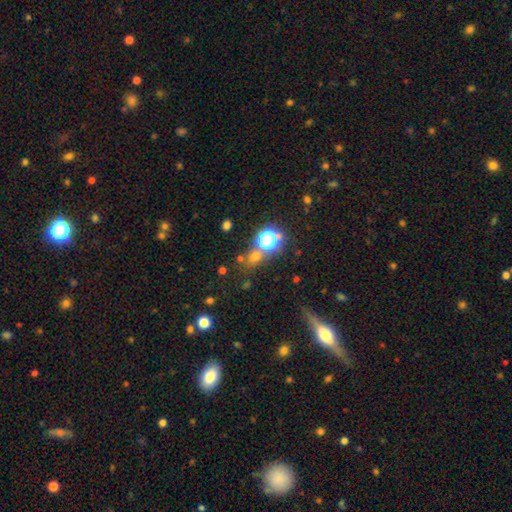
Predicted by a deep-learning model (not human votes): Smooth or featured?
  - star or artifact: 46% *
  - smooth: 45%
  - featured or disk: 9%